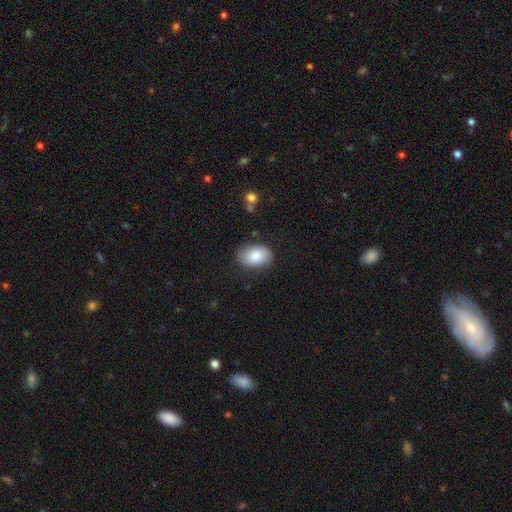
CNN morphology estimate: This appears to be a smooth galaxy with no disk features (80%) that is in between round and cigar-shaped (86%). Merging: none (77%).